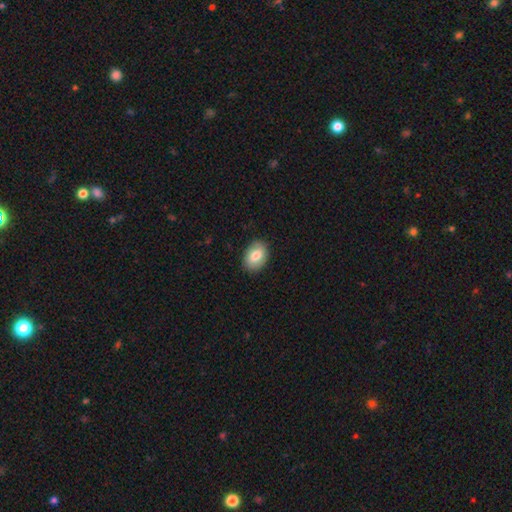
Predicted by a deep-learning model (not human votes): This is clearly a smooth galaxy (81%). How rounded: clearly in between (81%). Merging: clearly none (88%).